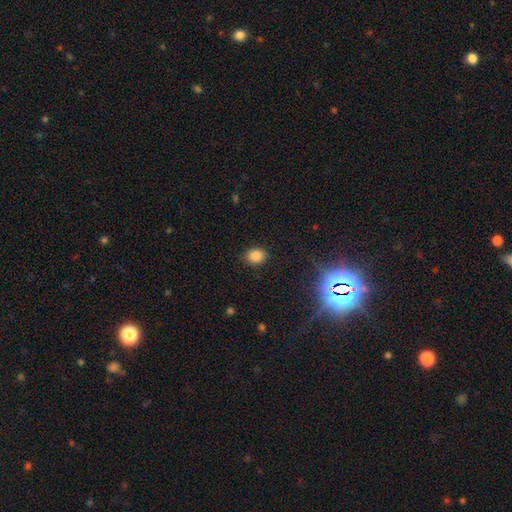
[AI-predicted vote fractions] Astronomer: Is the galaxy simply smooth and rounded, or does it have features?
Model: smooth — 83%.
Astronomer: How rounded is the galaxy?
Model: in between — 51% (runner-up: round, 49%).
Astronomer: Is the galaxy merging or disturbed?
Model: none — 88%.